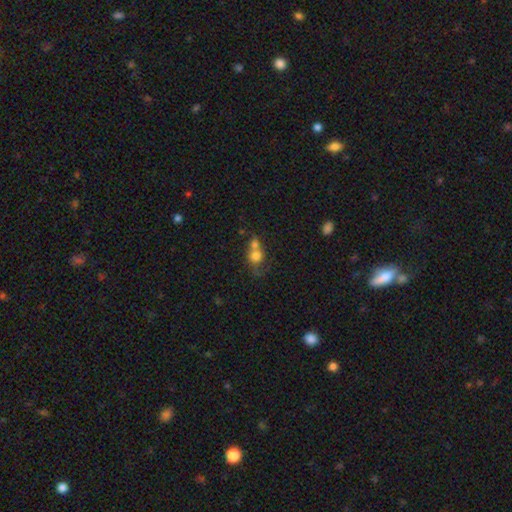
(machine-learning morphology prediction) Smooth or featured: smooth — 72% (featured or disk — 18%)
How rounded: round — 78% (in between — 21%)
Merging: merger — 62% (none — 22%)